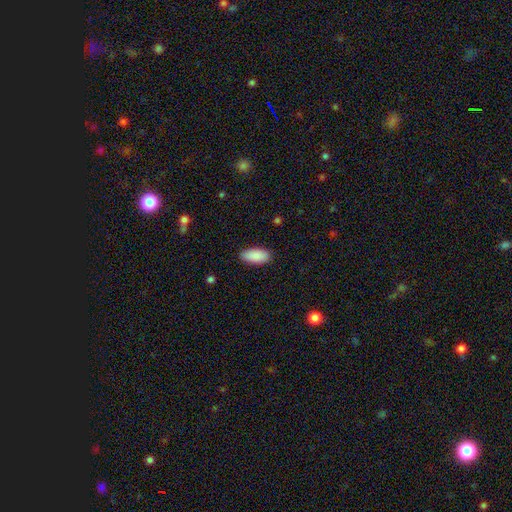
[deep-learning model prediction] A smooth galaxy with no disk features (90%) that is in between round and cigar-shaped (90%).

Vote fractions:
- Smooth or featured? smooth: 90% / star or artifact: 6% / featured or disk: 4%
- How rounded? in between: 90% / cigar-shaped: 9% / round: 2%
- Merging? none: 88% / minor disturbance: 9% / major disturbance: 2% / merger: 1%